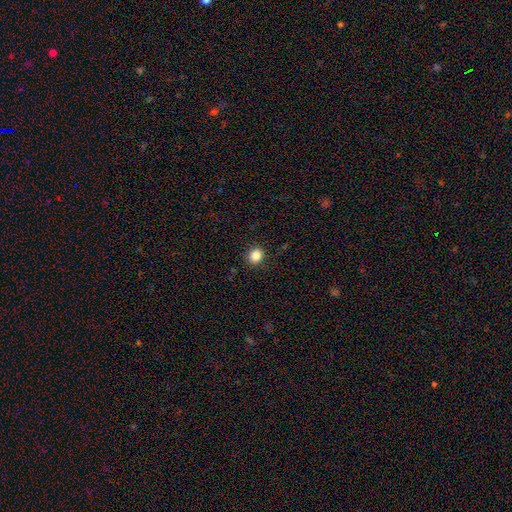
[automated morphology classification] A smooth galaxy with no disk features (85%) that is round (81%).

Vote fractions:
- Smooth or featured? smooth: 85% / star or artifact: 11% / featured or disk: 4%
- How rounded? round: 81% / in between: 18% / cigar-shaped: 1%
- Merging? none: 90% / minor disturbance: 7% / major disturbance: 2% / merger: 1%